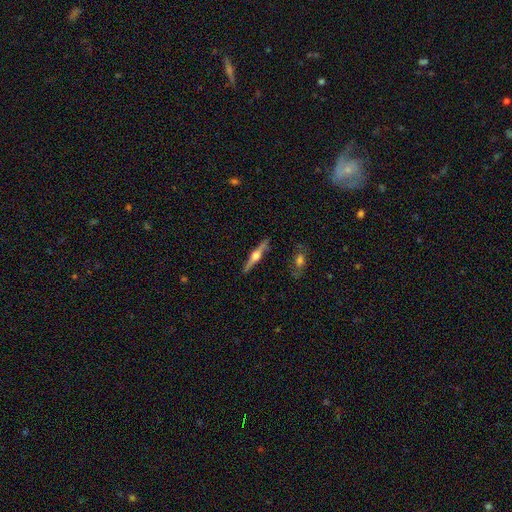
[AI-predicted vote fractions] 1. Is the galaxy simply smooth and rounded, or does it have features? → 74% featured or disk, 21% smooth, 5% star or artifact.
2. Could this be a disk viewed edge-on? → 97% yes, 3% no.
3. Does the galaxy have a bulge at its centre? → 94% rounded, 4% boxy, 2% none.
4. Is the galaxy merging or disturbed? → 86% none, 10% minor disturbance, 2% major disturbance, 2% merger.